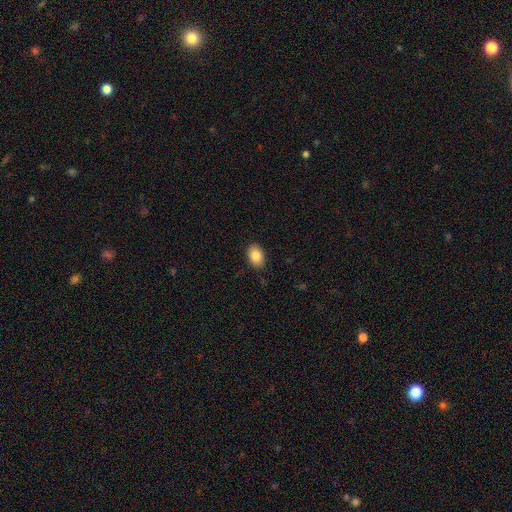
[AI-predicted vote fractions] smooth 86%, star or artifact 7%, featured or disk 6%. Down the decision tree: how rounded — in between (86%); merging — none (88%).